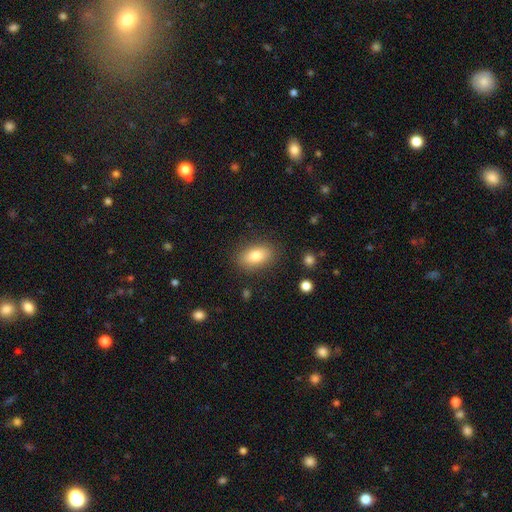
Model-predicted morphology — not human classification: smooth-or-featured: smooth: 81% | featured or disk: 11% | star or artifact: 8%
  how-rounded: in between: 89% | round: 8% | cigar-shaped: 3%
  merging: none: 86% | minor disturbance: 10% | major disturbance: 3% | merger: 1%